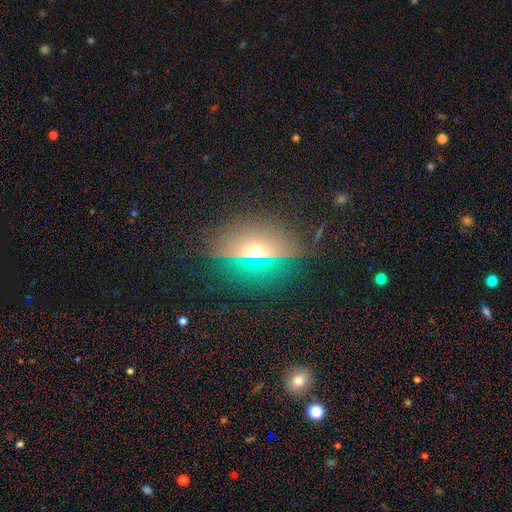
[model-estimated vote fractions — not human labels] Q: Smooth or featured?
A: smooth (40%); runner-up: featured or disk (35%)
Q: Merging?
A: none (83%); runner-up: minor disturbance (11%)